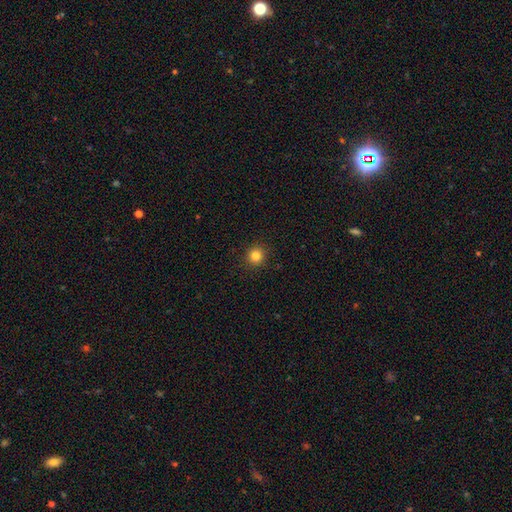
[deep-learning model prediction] A smooth galaxy with no disk features (83%) that is round (93%).

Vote fractions:
- Smooth or featured? smooth: 83% / star or artifact: 13% / featured or disk: 4%
- How rounded? round: 93% / in between: 6% / cigar-shaped: 1%
- Merging? none: 92% / minor disturbance: 5% / major disturbance: 2% / merger: 1%